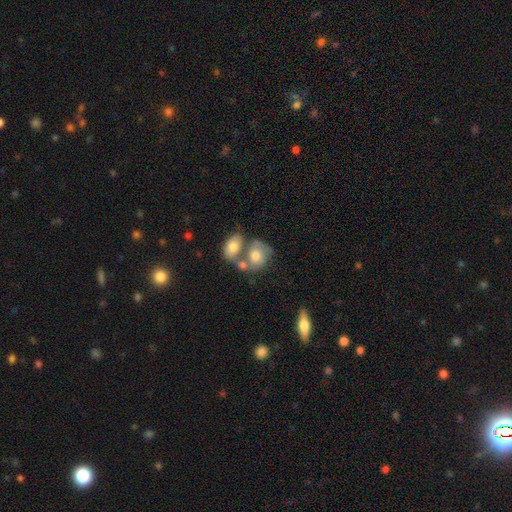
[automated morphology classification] A smooth galaxy with no disk features (50%) that is in between round and cigar-shaped (52%). Merging: merger (52%).